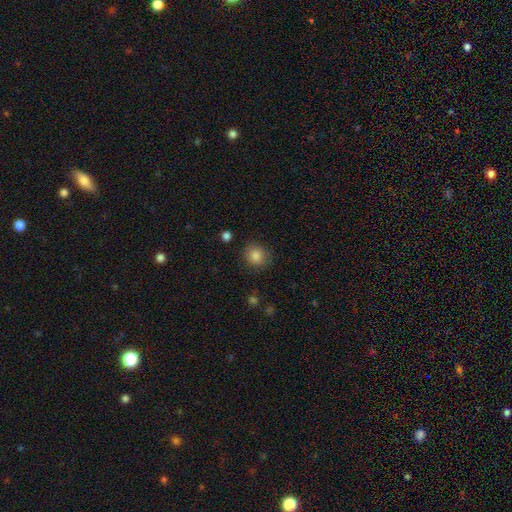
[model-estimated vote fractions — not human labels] Smooth or featured? smooth (85%)
How rounded? round (79%)
Merging? none (83%)